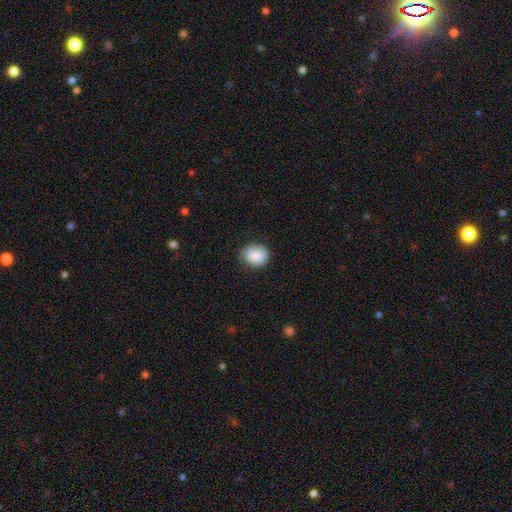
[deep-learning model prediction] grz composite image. It shows a smooth galaxy with no disk features (85%) that is round (65%). Merging: none (77%).